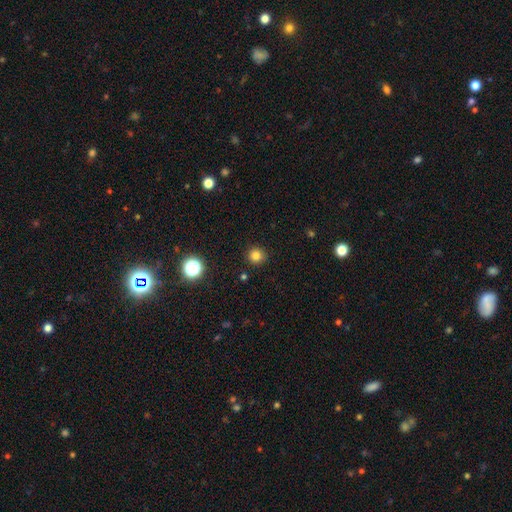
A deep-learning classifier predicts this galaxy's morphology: smooth 81%, star or artifact 14%, featured or disk 5%. Down the decision tree: how rounded — round (92%); merging — none (90%).